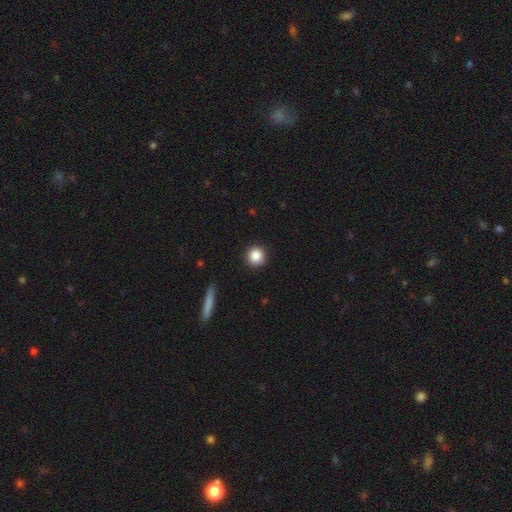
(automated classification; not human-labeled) Smooth or featured? smooth (86%)
How rounded? round (94%)
Merging? none (92%)